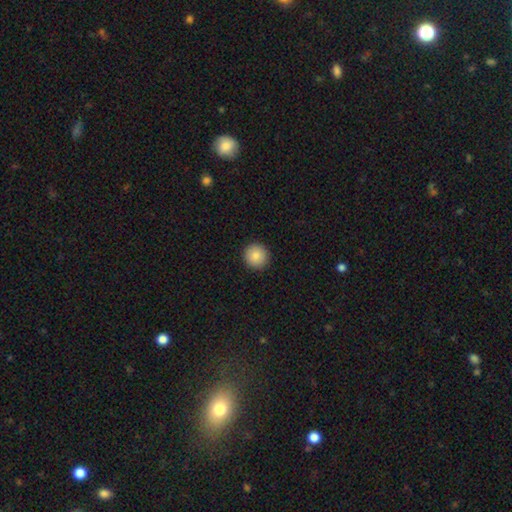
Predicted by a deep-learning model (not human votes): Smooth or featured? smooth (87%)
How rounded? round (95%)
Merging? none (93%)